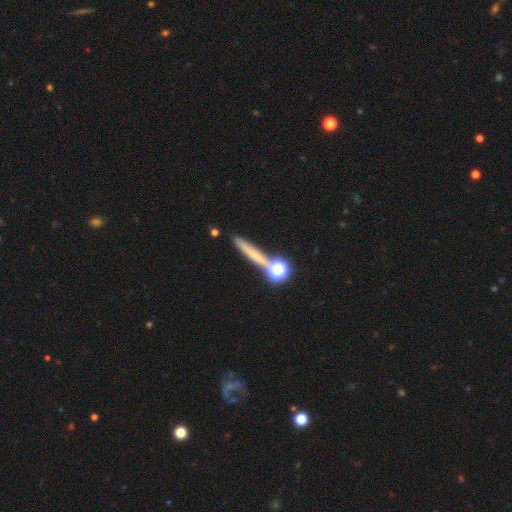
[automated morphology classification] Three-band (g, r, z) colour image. It shows a smooth galaxy with no disk features (52%) that is cigar-shaped (70%). Merging: none (71%).